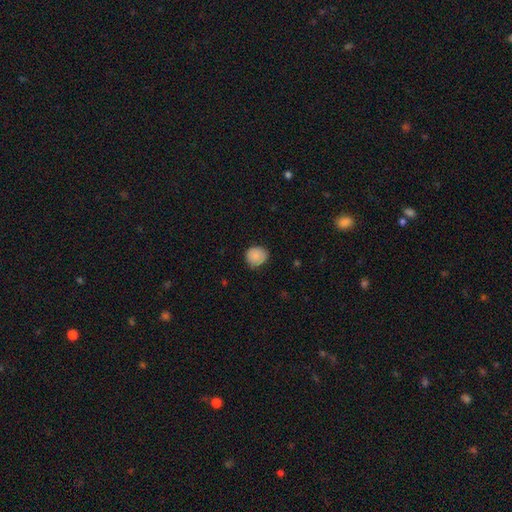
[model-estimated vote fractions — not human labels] Overall: smooth (87%). How rounded: round (82%). Merging: none (77%).